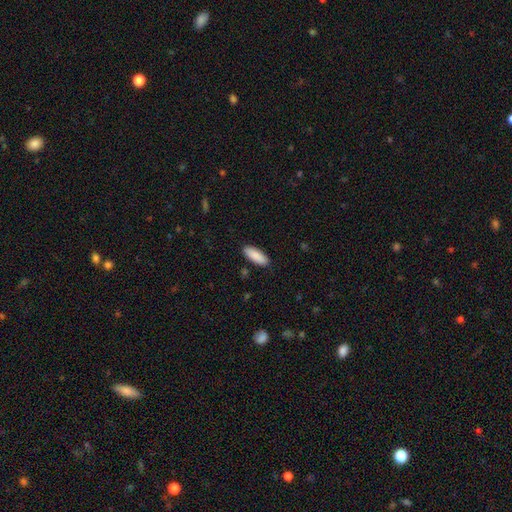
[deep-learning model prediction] The model was most divided on "how rounded": in between: 69%, cigar-shaped: 29%, round: 1%. More confident: smooth or featured — smooth (90%); merging — none (89%).